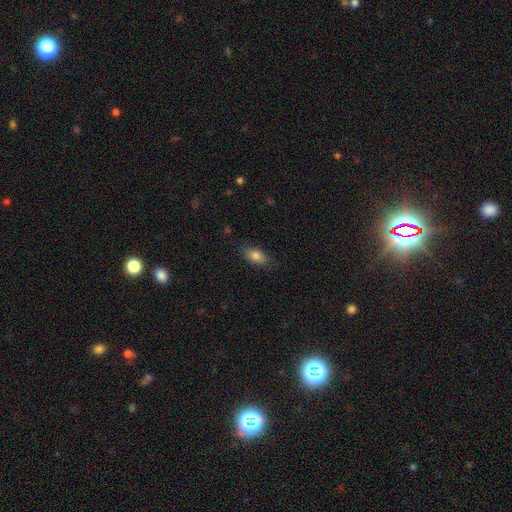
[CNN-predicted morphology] A smooth galaxy with no disk features (82%) that is in between round and cigar-shaped (86%).

Vote fractions:
- Smooth or featured? smooth: 82% / featured or disk: 10% / star or artifact: 8%
- How rounded? in between: 86% / cigar-shaped: 9% / round: 5%
- Merging? none: 83% / minor disturbance: 13% / major disturbance: 3% / merger: 1%